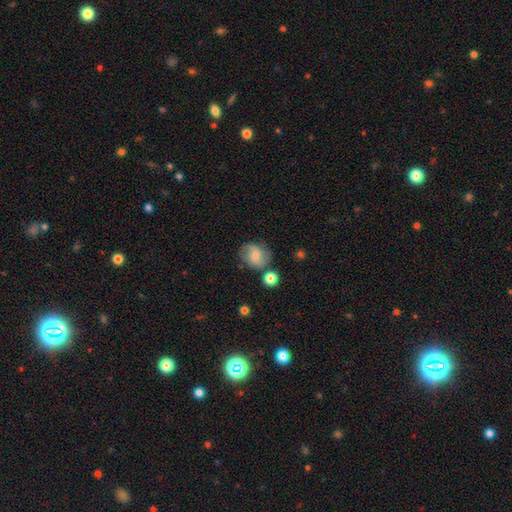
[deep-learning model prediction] smooth_or_featured: smooth (p=0.46) [alt: featured or disk p=0.45]
merging: none (p=0.68) [alt: minor disturbance p=0.19]